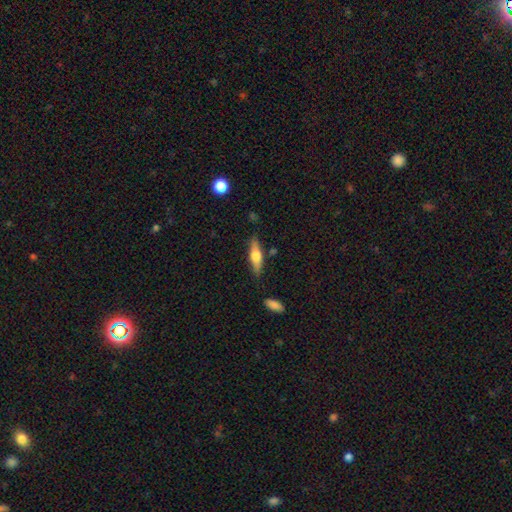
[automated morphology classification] Q: Smooth or featured?
A: smooth (49%); runner-up: featured or disk (45%)
Q: Merging?
A: none (81%); runner-up: minor disturbance (13%)